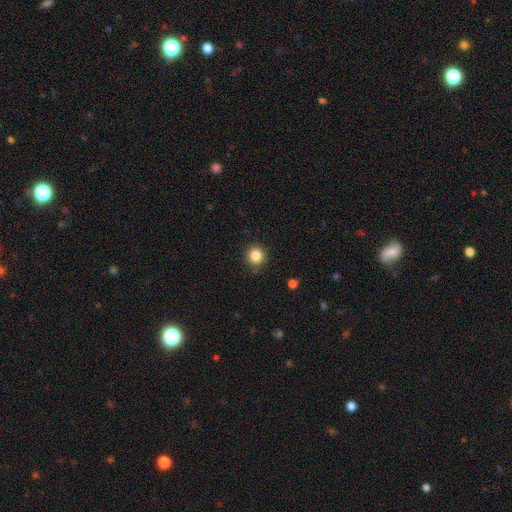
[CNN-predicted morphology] type=smooth (85%); roundness=round (92%); merging=none (88%).